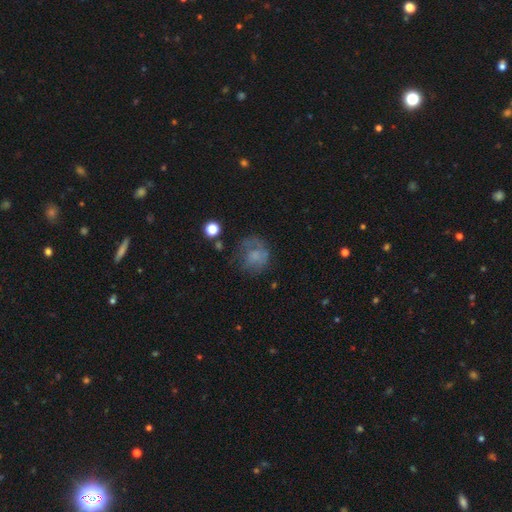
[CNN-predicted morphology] A smooth galaxy with no disk features (57%) that is round (77%).

Vote fractions:
- Smooth or featured? smooth: 57% / featured or disk: 30% / star or artifact: 14%
- How rounded? round: 77% / in between: 22% / cigar-shaped: 1%
- Merging? none: 47% / major disturbance: 27% / minor disturbance: 24% / merger: 3%